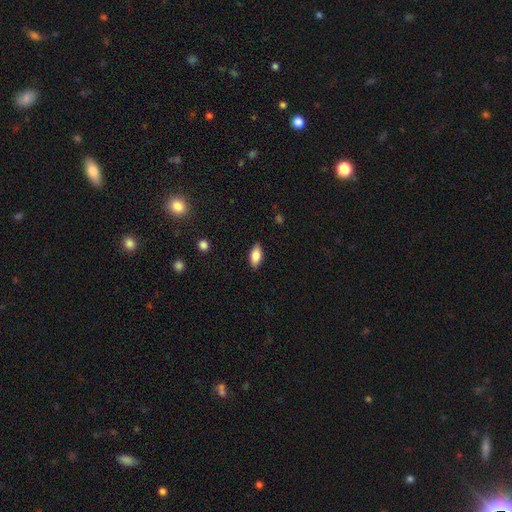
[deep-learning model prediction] Q: Smooth or featured?
A: smooth (84%); runner-up: featured or disk (9%)
Q: How rounded?
A: in between (90%); runner-up: cigar-shaped (7%)
Q: Merging?
A: none (87%); runner-up: minor disturbance (10%)